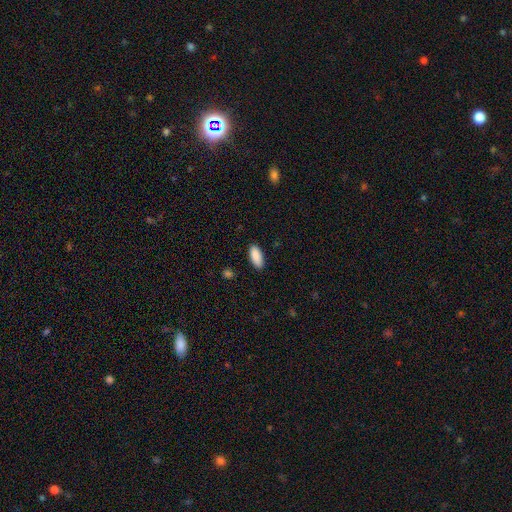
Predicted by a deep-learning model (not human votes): Smooth or featured? smooth (90%)
How rounded? in between (86%)
Merging? none (88%)